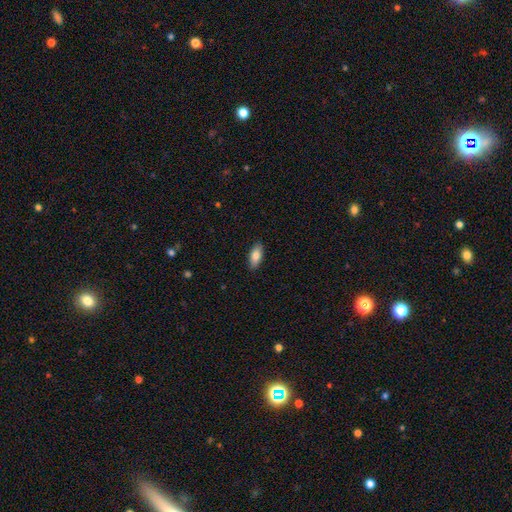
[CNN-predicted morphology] Overall: smooth (81%). How rounded: in between (85%). Merging: none (89%).